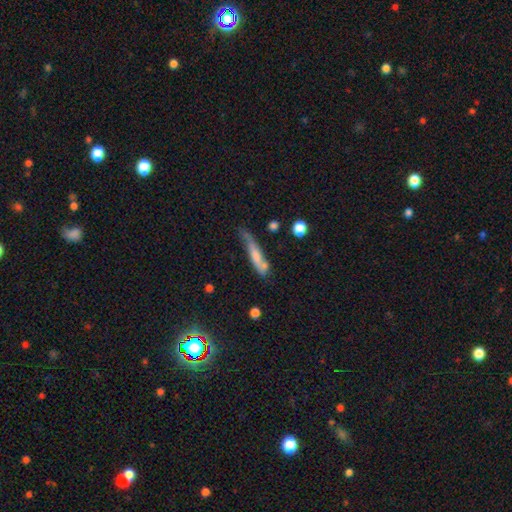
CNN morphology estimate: smooth-or-featured: smooth: 60% | featured or disk: 32% | star or artifact: 8%
  how-rounded: cigar-shaped: 86% | in between: 12% | round: 2%
  merging: none: 48% | minor disturbance: 28% | merger: 13% | major disturbance: 11%